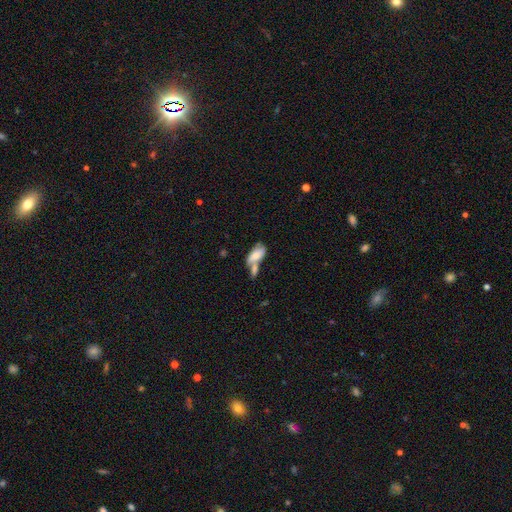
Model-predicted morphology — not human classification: Overall: smooth (65%; featured or disk 27%). How rounded: in between (88%). Merging: merger (52%; none 26%).